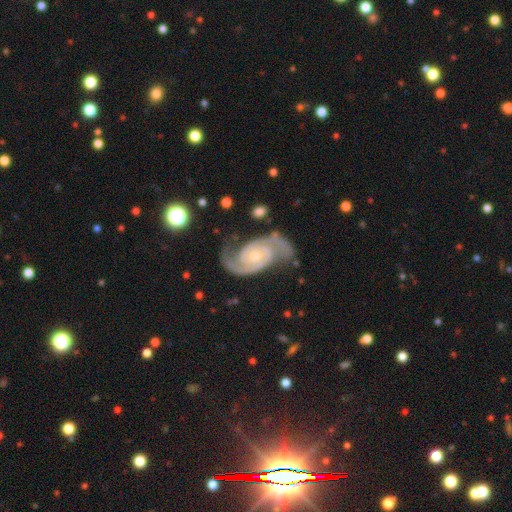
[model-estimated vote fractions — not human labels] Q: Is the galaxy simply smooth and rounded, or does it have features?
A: featured or disk — 93%.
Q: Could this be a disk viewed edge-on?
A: no — 98%.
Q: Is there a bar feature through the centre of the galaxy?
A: no — 69%.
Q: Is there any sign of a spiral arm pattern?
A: yes — 99%.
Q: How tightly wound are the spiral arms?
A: medium — 48%.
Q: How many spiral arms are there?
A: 2 — 93%.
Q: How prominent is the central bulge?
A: small — 58%.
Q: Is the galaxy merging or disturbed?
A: none — 77%.